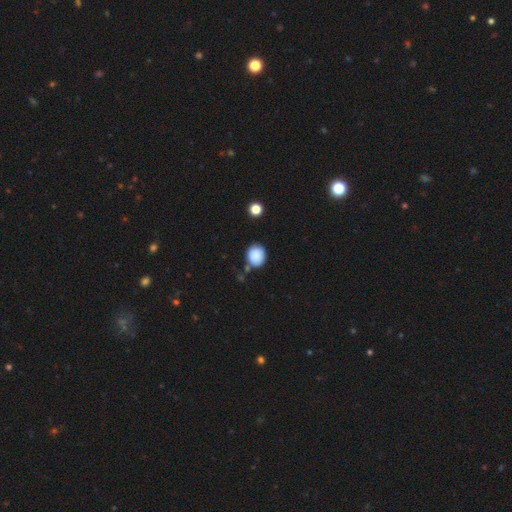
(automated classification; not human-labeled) Smooth or featured: smooth — 88% (star or artifact — 8%)
How rounded: round — 68% (in between — 31%)
Merging: none — 73% (minor disturbance — 17%)